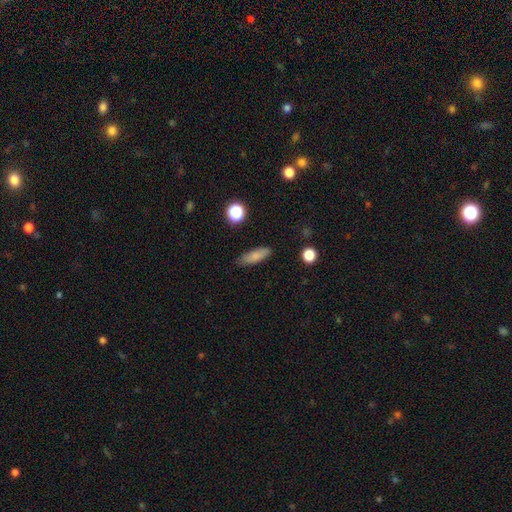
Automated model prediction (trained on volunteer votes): A smooth galaxy with no disk features (80%) that is in between round and cigar-shaped (53%). Merging: none (84%).